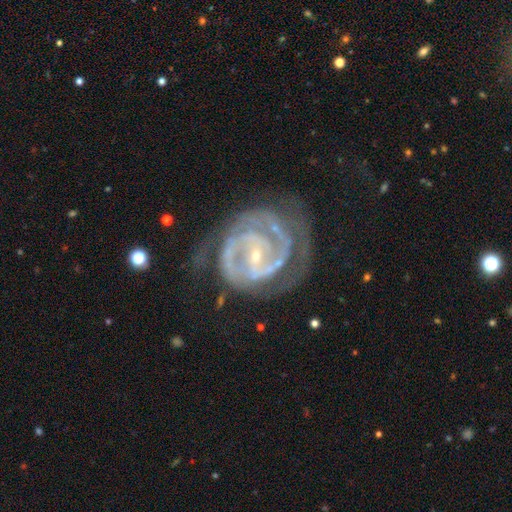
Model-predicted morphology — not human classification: Smooth or featured? Predicted: featured or disk (p=0.89). Edge-on disk? Predicted: no (p=0.97). Bar? Predicted: weak (p=0.37). Spiral arms? Predicted: yes (p=0.96). Spiral winding? Predicted: tight (p=0.61). Spiral arm count? Predicted: 2 (p=0.49). Bulge size? Predicted: small (p=0.82). Merging? Predicted: none (p=0.56).